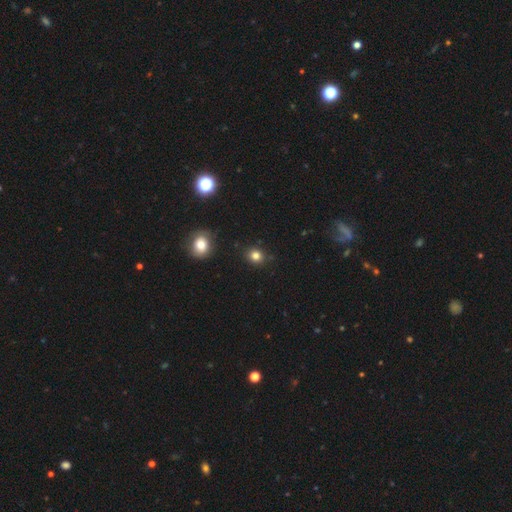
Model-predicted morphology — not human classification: This is clearly a smooth galaxy (82%). How rounded: likely round (79%). Merging: clearly none (88%).